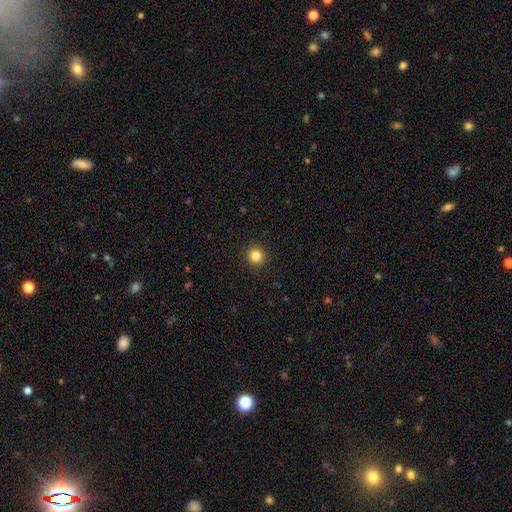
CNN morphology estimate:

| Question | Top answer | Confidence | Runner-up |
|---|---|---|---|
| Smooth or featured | smooth | 84% | star or artifact (12%) |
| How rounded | round | 94% | in between (5%) |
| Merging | none | 93% | minor disturbance (5%) |